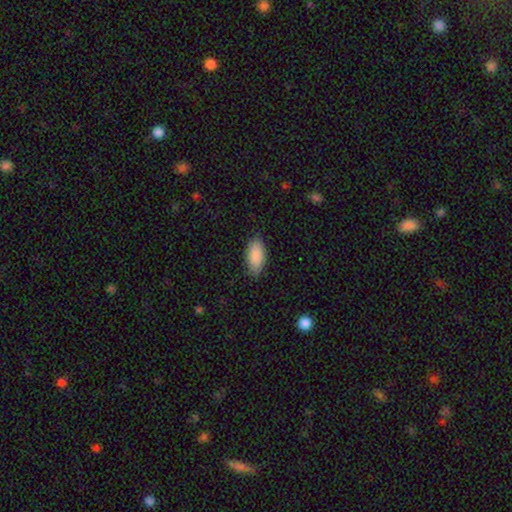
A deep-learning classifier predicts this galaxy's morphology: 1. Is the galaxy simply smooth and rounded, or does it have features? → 89% smooth, 6% star or artifact, 5% featured or disk.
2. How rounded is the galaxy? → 91% in between, 8% cigar-shaped, 2% round.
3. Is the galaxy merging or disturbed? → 84% none, 12% minor disturbance, 3% major disturbance, 1% merger.